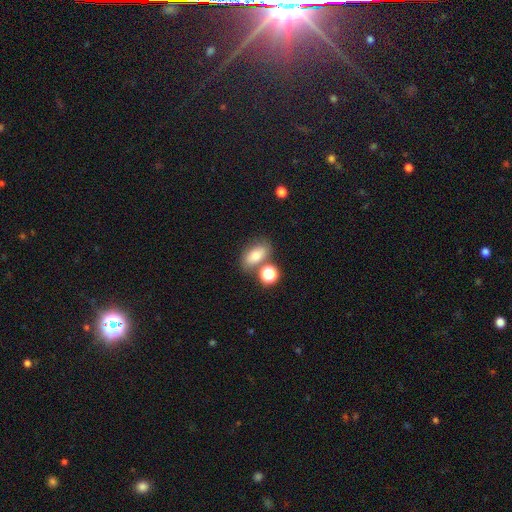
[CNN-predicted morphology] Smooth or featured? Predicted: smooth (p=0.72). How rounded? Predicted: in between (p=0.82). Merging? Predicted: none (p=0.65).